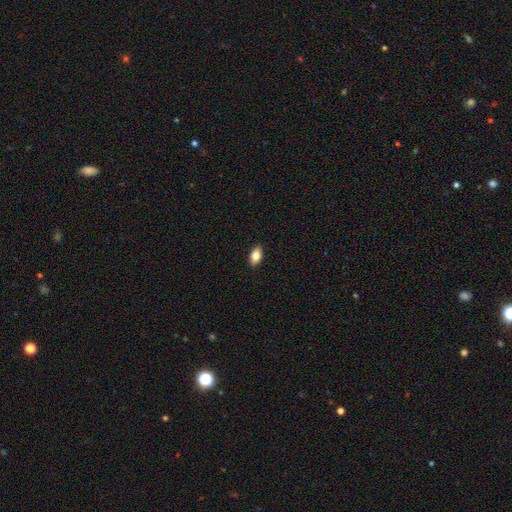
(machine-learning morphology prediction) This appears to be a smooth galaxy with no disk features (78%) that is in between round and cigar-shaped (89%). Merging: none (90%).